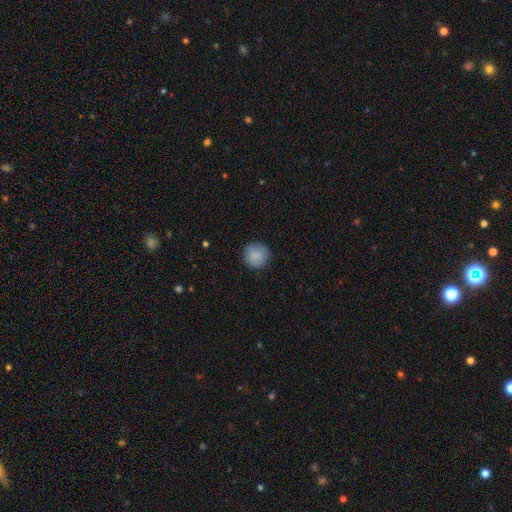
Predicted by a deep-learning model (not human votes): This appears to be a smooth galaxy with no disk features (88%) that is round (94%). Merging: none (89%).